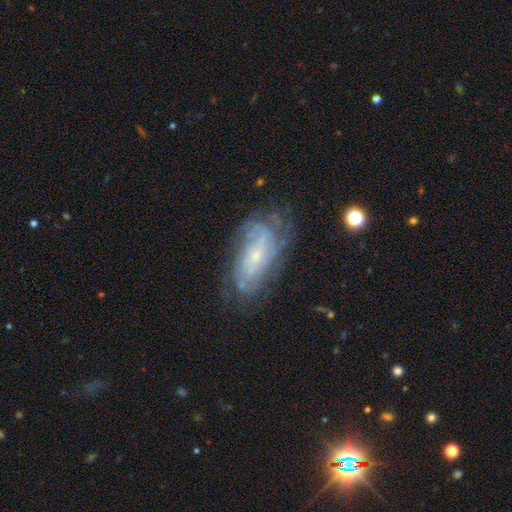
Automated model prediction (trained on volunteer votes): Smooth or featured: featured or disk — 72% (smooth — 19%)
Edge-on disk: no — 90% (yes — 10%)
Bar: no — 66% (weak — 27%)
Spiral arms: yes — 84% (no — 16%)
Spiral winding: tight — 57% (medium — 31%)
Spiral arm count: can't tell — 56% (2 — 15%)
Bulge size: small — 75% (moderate — 19%)
Merging: none — 65% (minor disturbance — 22%)